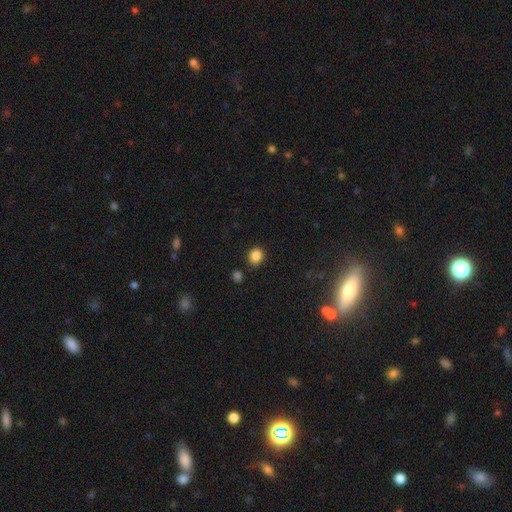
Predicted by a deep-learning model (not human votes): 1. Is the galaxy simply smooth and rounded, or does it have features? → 85% smooth, 11% star or artifact, 4% featured or disk.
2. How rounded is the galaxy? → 68% round, 31% in between, 1% cigar-shaped.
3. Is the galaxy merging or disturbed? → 84% none, 9% minor disturbance, 4% merger, 3% major disturbance.